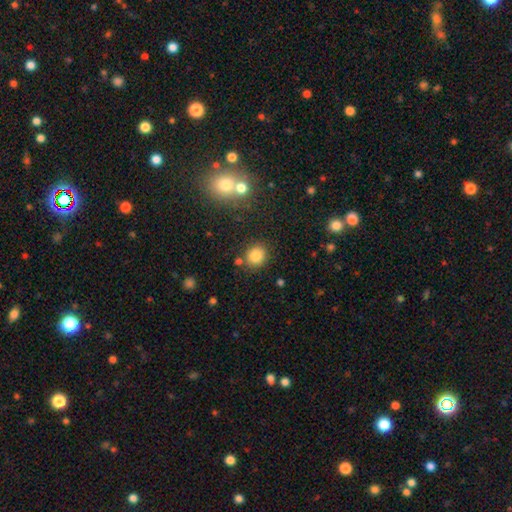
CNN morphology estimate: Smooth or featured?
  - smooth: 82% *
  - star or artifact: 12%
  - featured or disk: 6%
How rounded?
  - round: 79% *
  - in between: 20%
  - cigar-shaped: 1%
Merging?
  - none: 81% *
  - minor disturbance: 10%
  - merger: 6%
  - major disturbance: 3%